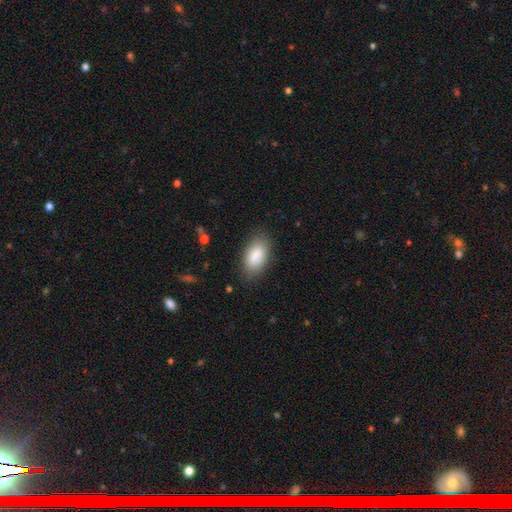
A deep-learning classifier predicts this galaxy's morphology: Smooth or featured? Predicted: smooth (p=0.85). How rounded? Predicted: in between (p=0.93). Merging? Predicted: none (p=0.81).